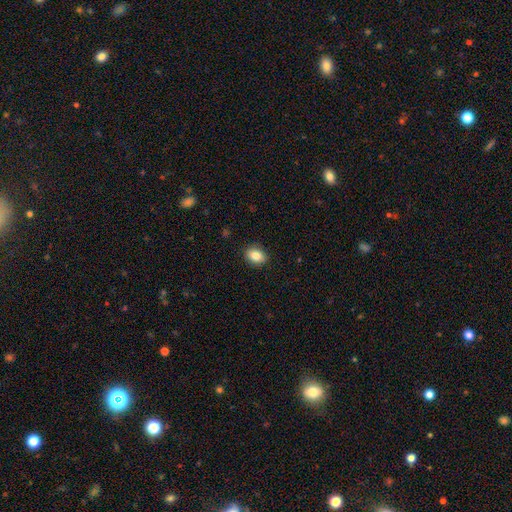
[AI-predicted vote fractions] smooth_or_featured: smooth (p=0.85) [alt: star or artifact p=0.08]
how_rounded: in between (p=0.70) [alt: round p=0.28]
merging: none (p=0.88) [alt: minor disturbance p=0.09]